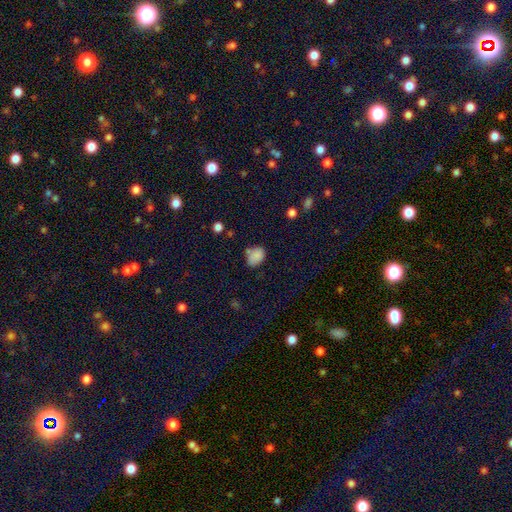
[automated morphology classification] smooth_or_featured: smooth (p=0.83) [alt: star or artifact p=0.10]
how_rounded: in between (p=0.72) [alt: round p=0.27]
merging: none (p=0.59) [alt: minor disturbance p=0.25]